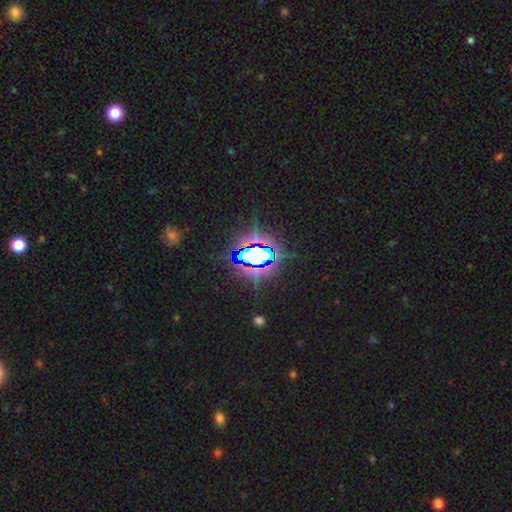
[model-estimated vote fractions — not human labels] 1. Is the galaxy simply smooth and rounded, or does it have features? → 74% star or artifact, 14% smooth, 12% featured or disk.